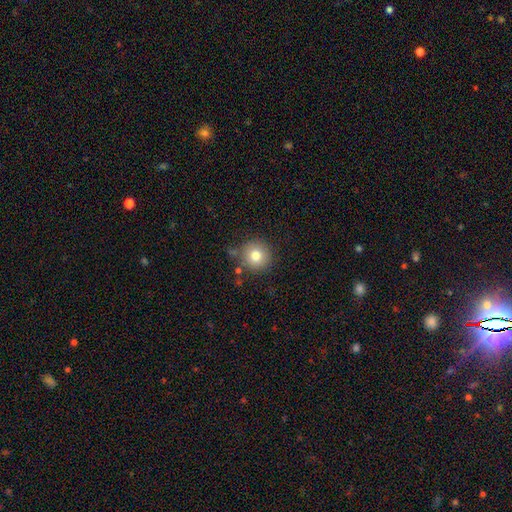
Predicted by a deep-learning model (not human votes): smooth 79%, star or artifact 11%, featured or disk 10%. Down the decision tree: how rounded — round (95%); merging — none (81%).